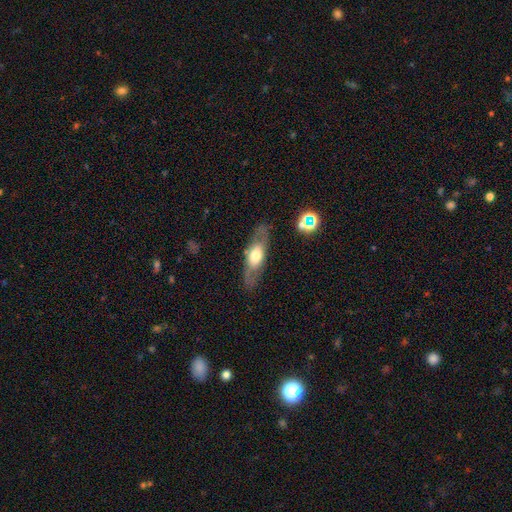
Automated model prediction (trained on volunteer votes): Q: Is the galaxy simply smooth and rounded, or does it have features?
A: featured or disk — 51%.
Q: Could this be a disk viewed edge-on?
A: no — 60%.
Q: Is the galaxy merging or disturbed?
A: none — 81%.